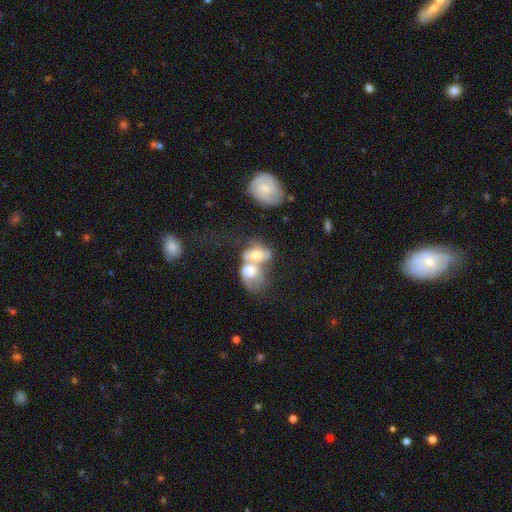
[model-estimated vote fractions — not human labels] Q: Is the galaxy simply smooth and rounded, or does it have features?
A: featured or disk — 46%.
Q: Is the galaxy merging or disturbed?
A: merger — 77%.